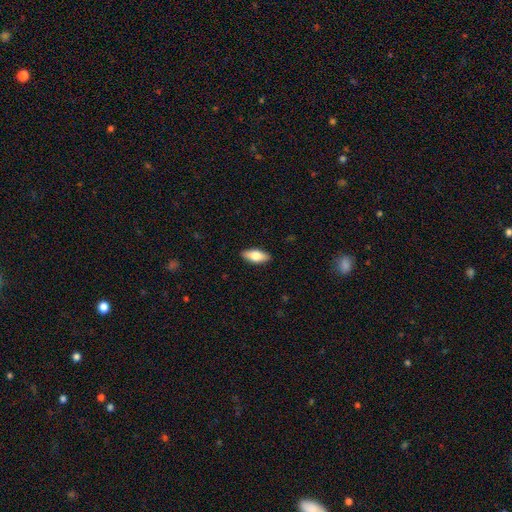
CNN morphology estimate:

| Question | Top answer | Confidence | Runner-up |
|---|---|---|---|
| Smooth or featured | smooth | 74% | featured or disk (20%) |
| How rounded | in between | 82% | cigar-shaped (15%) |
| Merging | none | 89% | minor disturbance (8%) |